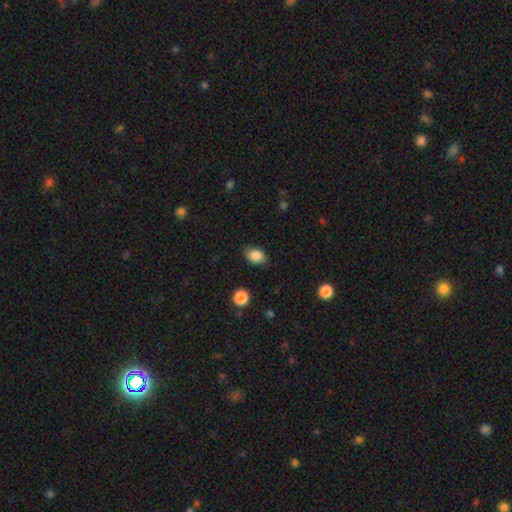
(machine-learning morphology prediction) smooth-or-featured: smooth: 86% | star or artifact: 9% | featured or disk: 5%
  how-rounded: in between: 70% | round: 29% | cigar-shaped: 1%
  merging: none: 83% | minor disturbance: 13% | major disturbance: 3% | merger: 1%